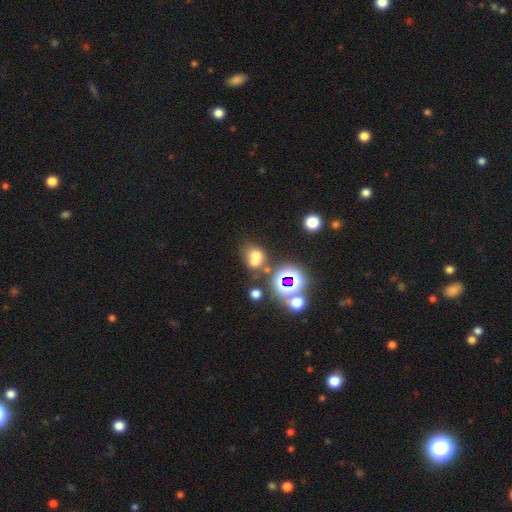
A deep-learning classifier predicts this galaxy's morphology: Smooth or featured? Predicted: smooth (p=0.58). How rounded? Predicted: round (p=0.57). Merging? Predicted: merger (p=0.42).